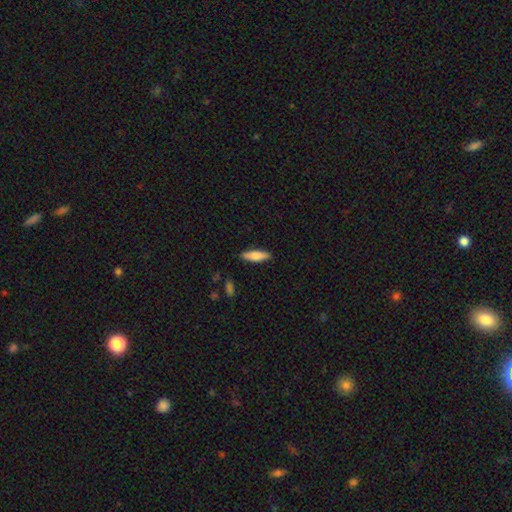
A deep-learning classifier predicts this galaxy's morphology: Q: Smooth or featured?
A: smooth (76%); runner-up: featured or disk (18%)
Q: How rounded?
A: cigar-shaped (57%); runner-up: in between (41%)
Q: Merging?
A: none (88%); runner-up: minor disturbance (9%)